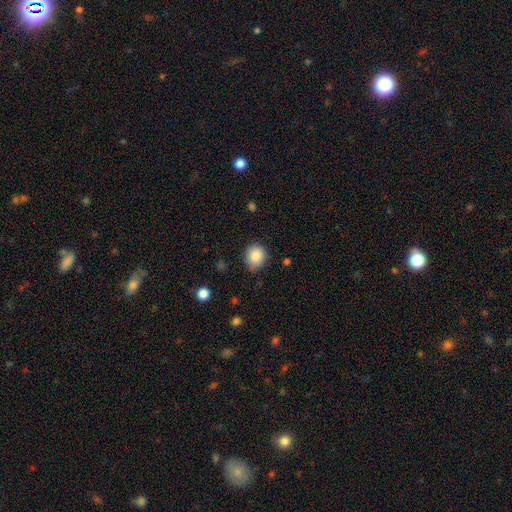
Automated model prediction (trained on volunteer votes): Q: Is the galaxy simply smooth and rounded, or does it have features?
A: smooth — 86%.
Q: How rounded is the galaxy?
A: round — 78%.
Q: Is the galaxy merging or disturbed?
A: none — 80%.